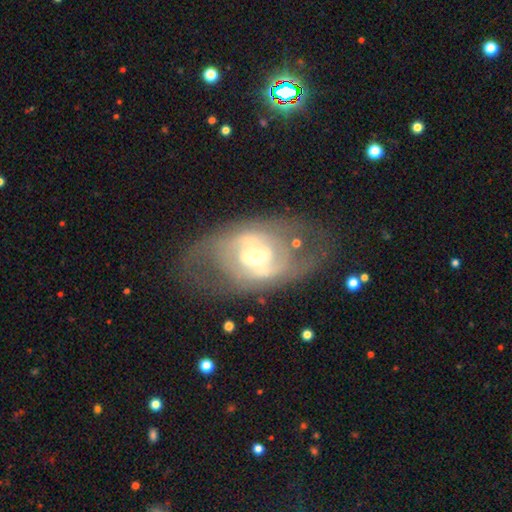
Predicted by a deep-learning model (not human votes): Morphology: type=featured or disk (78%); edge-on=no (92%); bar=weak (39%); spiral arms=yes (61%); bulge=moderate (60%); merging=none (64%).